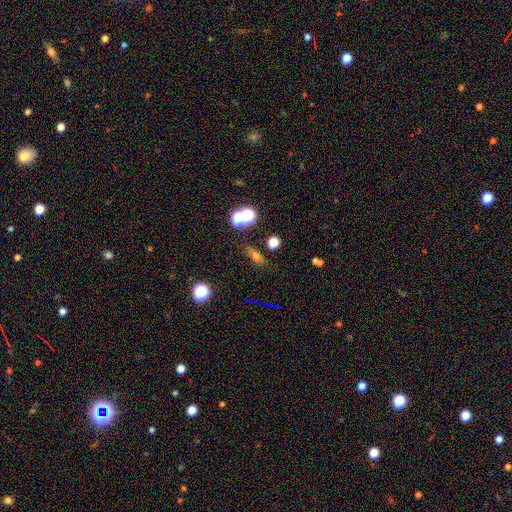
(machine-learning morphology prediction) Q: Smooth or featured?
A: smooth (56%); runner-up: star or artifact (24%)
Q: How rounded?
A: in between (52%); runner-up: cigar-shaped (29%)
Q: Merging?
A: none (74%); runner-up: minor disturbance (14%)